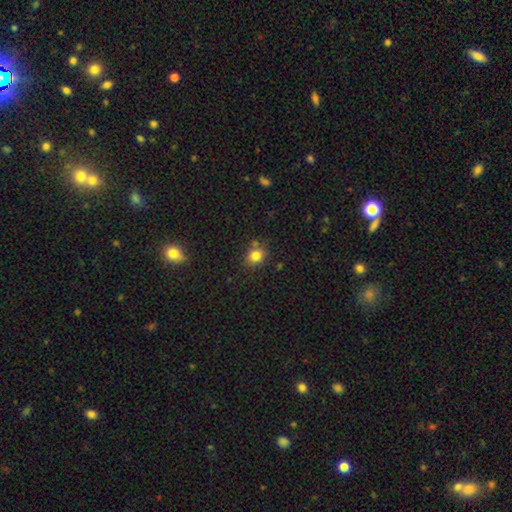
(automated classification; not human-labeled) The model was most divided on "how rounded": round: 67%, in between: 32%, cigar-shaped: 1%. More confident: smooth or featured — smooth (81%); merging — none (73%).